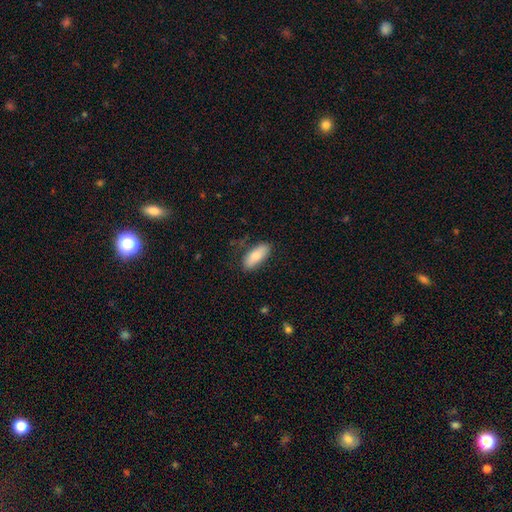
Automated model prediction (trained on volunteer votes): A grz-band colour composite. It shows a smooth galaxy with no disk features (77%) that is in between round and cigar-shaped (78%). Merging: none (80%).